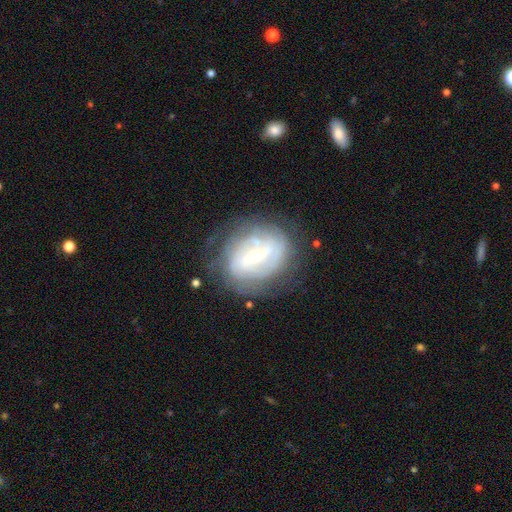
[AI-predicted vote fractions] A featured or disk galaxy (69%) with a weak bar (45%), spiral arms (74%) and a small central bulge (59%).

Vote fractions:
- Smooth or featured? featured or disk: 69% / smooth: 23% / star or artifact: 8%
- Edge-on disk? no: 96% / yes: 4%
- Bar? weak: 45% / strong: 34% / no: 21%
- Spiral arms? yes: 74% / no: 26%
- Bulge size? small: 59% / moderate: 25% / none: 10% / large: 4% / dominant: 1%
- Merging? none: 67% / minor disturbance: 20% / major disturbance: 11% / merger: 2%